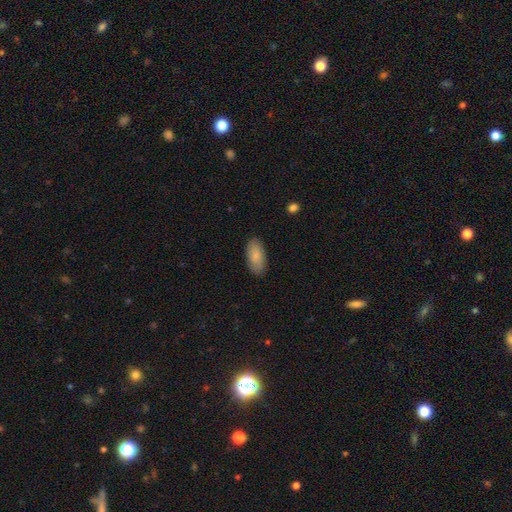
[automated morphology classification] This appears to be a smooth galaxy with no disk features (85%) that is in between round and cigar-shaped (91%). Merging: none (87%).